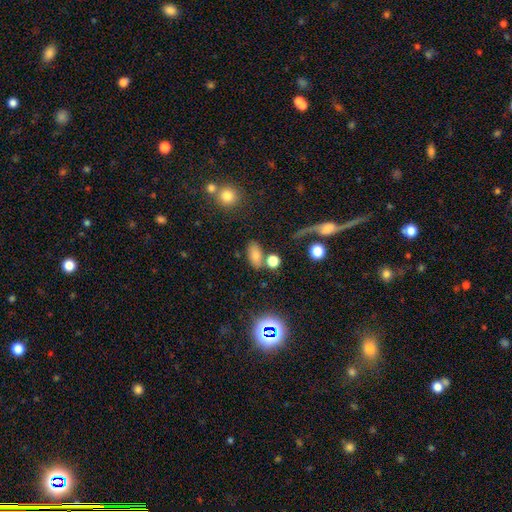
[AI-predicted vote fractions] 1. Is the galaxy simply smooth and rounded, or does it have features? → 76% smooth, 13% star or artifact, 11% featured or disk.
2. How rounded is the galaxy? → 86% in between, 9% round, 4% cigar-shaped.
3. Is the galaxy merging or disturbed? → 60% none, 19% merger, 13% minor disturbance, 7% major disturbance.